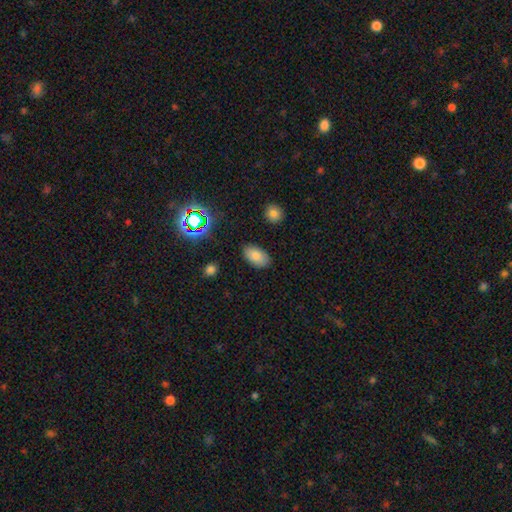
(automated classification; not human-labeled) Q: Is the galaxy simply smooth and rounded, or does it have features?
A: smooth — 81%.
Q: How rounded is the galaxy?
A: in between — 93%.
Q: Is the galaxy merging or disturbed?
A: none — 86%.